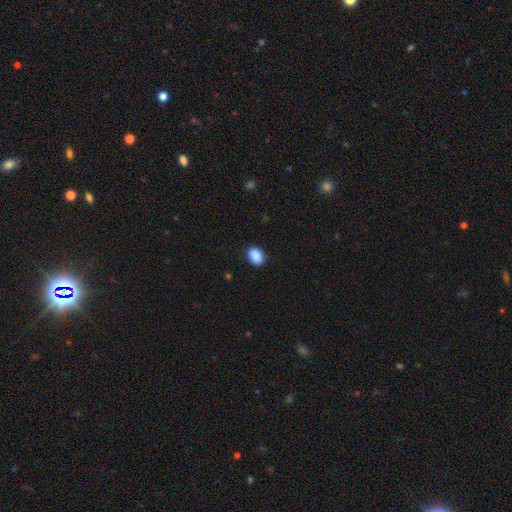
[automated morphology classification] smooth_or_featured: smooth (p=0.90) [alt: star or artifact p=0.08]
how_rounded: in between (p=0.74) [alt: round p=0.25]
merging: none (p=0.87) [alt: minor disturbance p=0.10]